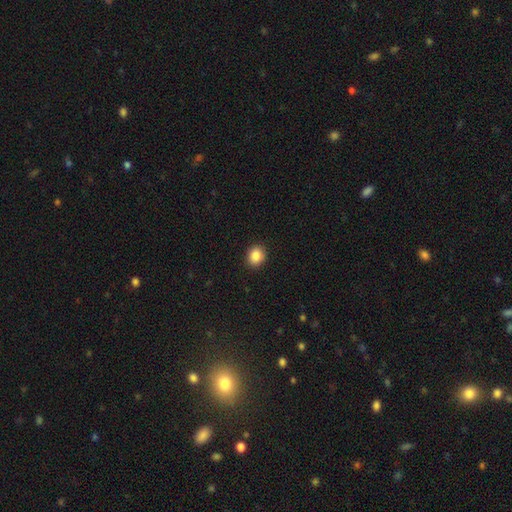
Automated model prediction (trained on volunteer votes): The model was most divided on "how rounded": round: 66%, in between: 33%, cigar-shaped: 1%. More confident: merging — none (91%); smooth or featured — smooth (87%).